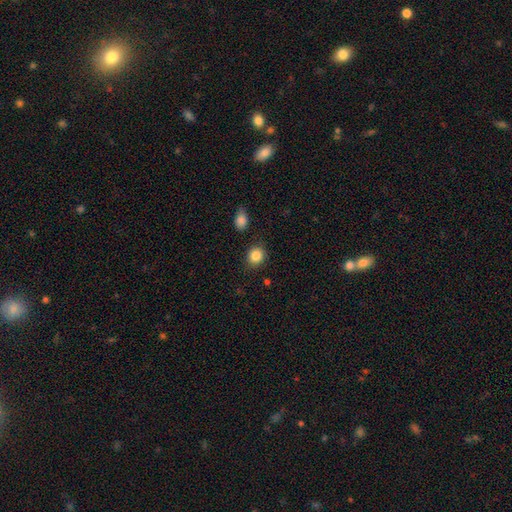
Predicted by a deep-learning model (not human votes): This appears to be a smooth galaxy with no disk features (86%) that is round (76%). Merging: none (83%).